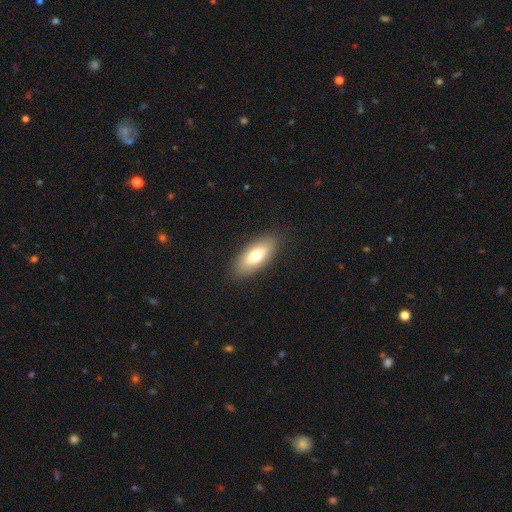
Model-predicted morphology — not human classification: Smooth or featured: smooth — 71% (featured or disk — 23%)
How rounded: in between — 82% (cigar-shaped — 15%)
Merging: none — 88% (minor disturbance — 9%)